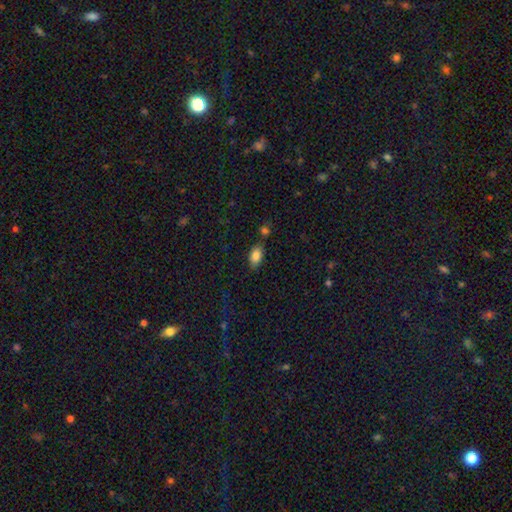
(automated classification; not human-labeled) smooth-or-featured: smooth: 84% | star or artifact: 9% | featured or disk: 7%
  how-rounded: in between: 91% | round: 6% | cigar-shaped: 4%
  merging: none: 74% | minor disturbance: 14% | merger: 8% | major disturbance: 4%